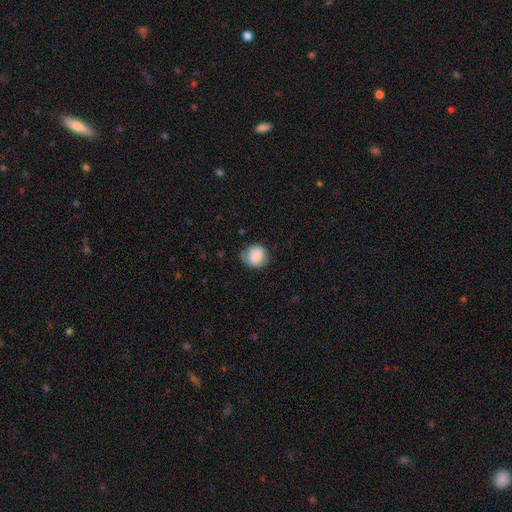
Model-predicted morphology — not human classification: smooth 75%, featured or disk 17%, star or artifact 8%. Down the decision tree: how rounded — round (80%); merging — none (68%).